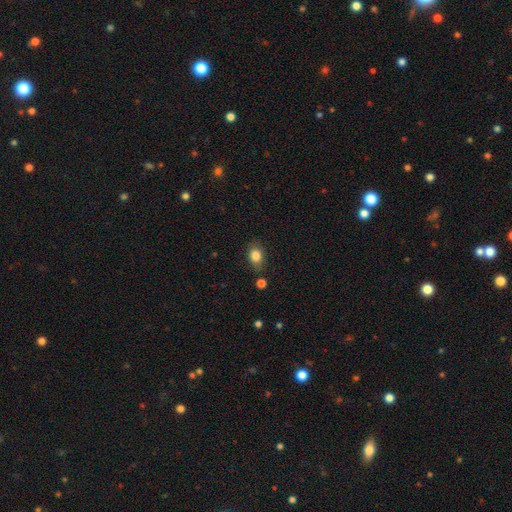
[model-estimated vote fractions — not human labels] smooth_or_featured: smooth (p=0.83) [alt: star or artifact p=0.09]
how_rounded: in between (p=0.66) [alt: round p=0.33]
merging: none (p=0.80) [alt: minor disturbance p=0.13]